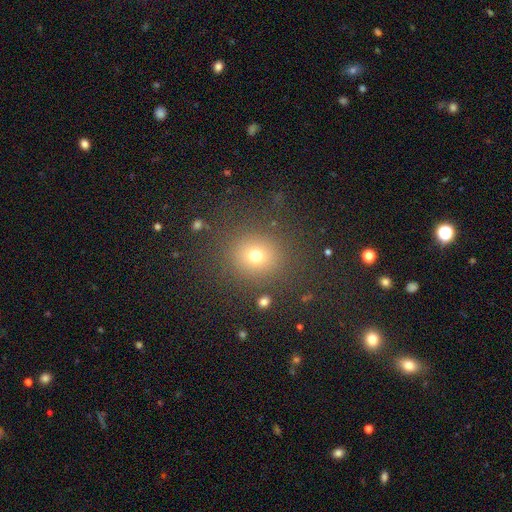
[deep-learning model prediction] Smooth or featured? Predicted: smooth (p=0.72). How rounded? Predicted: round (p=0.87). Merging? Predicted: none (p=0.85).